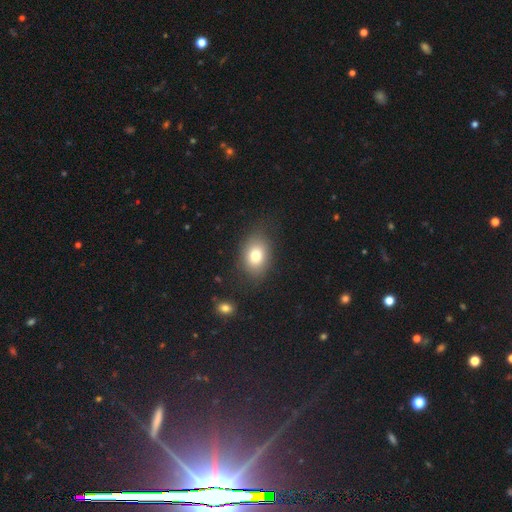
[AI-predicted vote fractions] smooth 77%, featured or disk 13%, star or artifact 11%. Down the decision tree: how rounded — in between (70%); merging — none (80%).